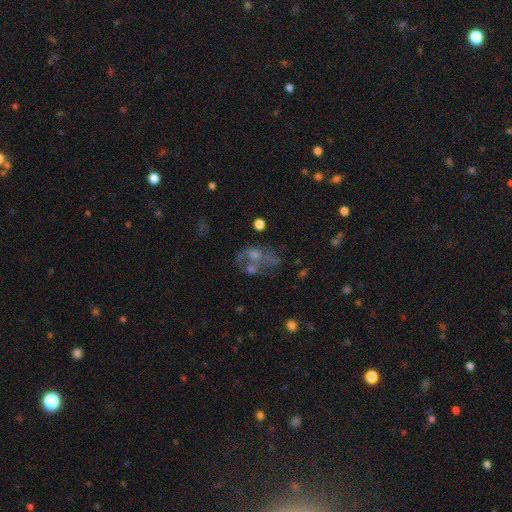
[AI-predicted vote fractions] Smooth or featured? featured or disk (47%)
Merging? none (31%)